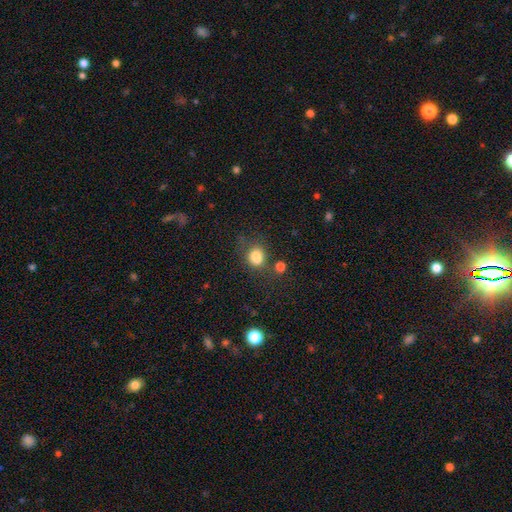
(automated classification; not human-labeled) Morphology: type=smooth (81%); roundness=round (51%); merging=none (55%).